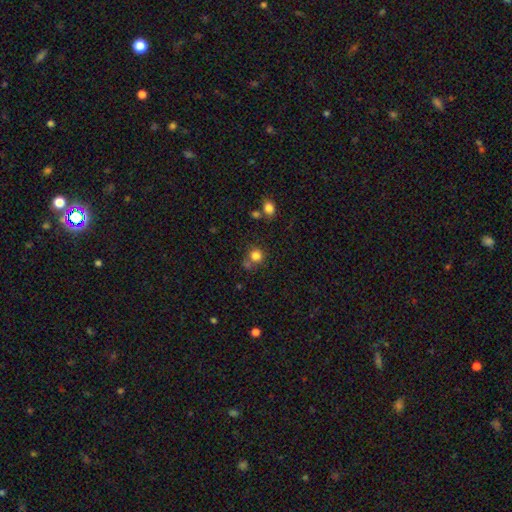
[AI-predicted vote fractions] smooth_or_featured: smooth (p=0.81) [alt: star or artifact p=0.13]
how_rounded: round (p=0.88) [alt: in between p=0.11]
merging: none (p=0.63) [alt: merger p=0.18]